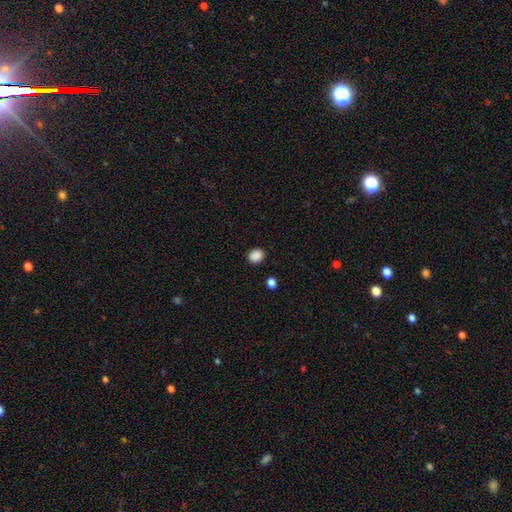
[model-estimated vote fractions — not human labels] smooth-or-featured: smooth: 88% | star or artifact: 9% | featured or disk: 2%
  how-rounded: round: 63% | in between: 36% | cigar-shaped: 1%
  merging: none: 90% | minor disturbance: 7% | major disturbance: 2% | merger: 2%